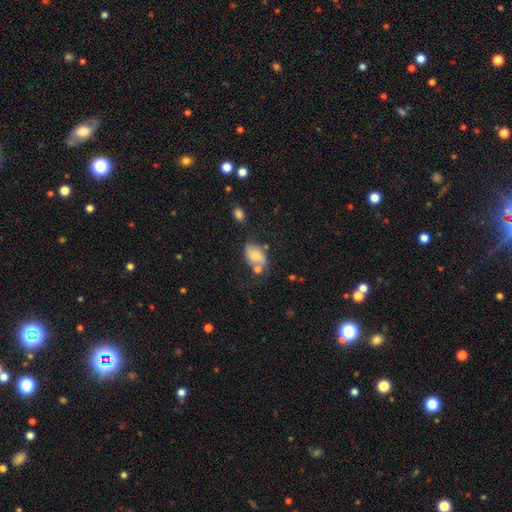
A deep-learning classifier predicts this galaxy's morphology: Q: Smooth or featured?
A: smooth (63%); runner-up: featured or disk (29%)
Q: How rounded?
A: in between (84%); runner-up: round (14%)
Q: Merging?
A: none (47%); runner-up: minor disturbance (24%)